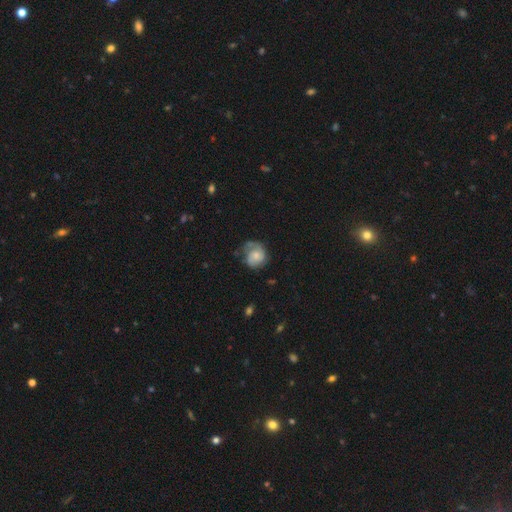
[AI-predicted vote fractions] Smooth or featured? Predicted: featured or disk (p=0.57). Edge-on disk? Predicted: no (p=0.98). Bar? Predicted: no (p=0.71). Spiral arms? Predicted: yes (p=0.88). Bulge size? Predicted: small (p=0.42). Merging? Predicted: none (p=0.53).